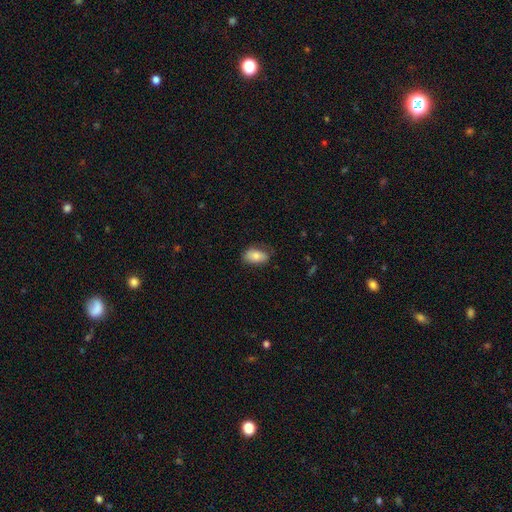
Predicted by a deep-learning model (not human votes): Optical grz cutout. It shows a smooth galaxy with no disk features (80%) that is in between round and cigar-shaped (92%). Merging: none (73%).